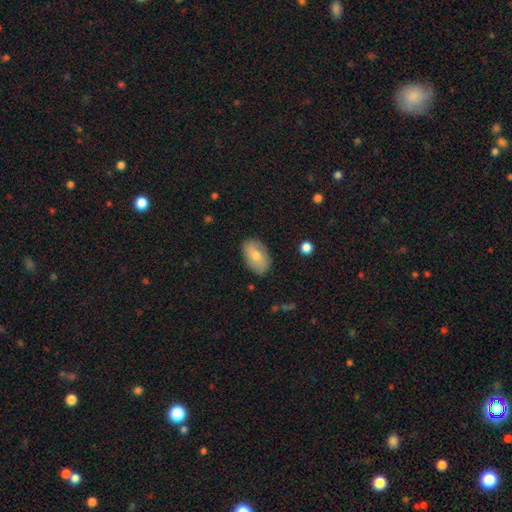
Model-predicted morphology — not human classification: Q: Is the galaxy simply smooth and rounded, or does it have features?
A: smooth — 63%.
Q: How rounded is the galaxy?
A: in between — 91%.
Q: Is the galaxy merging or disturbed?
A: none — 82%.